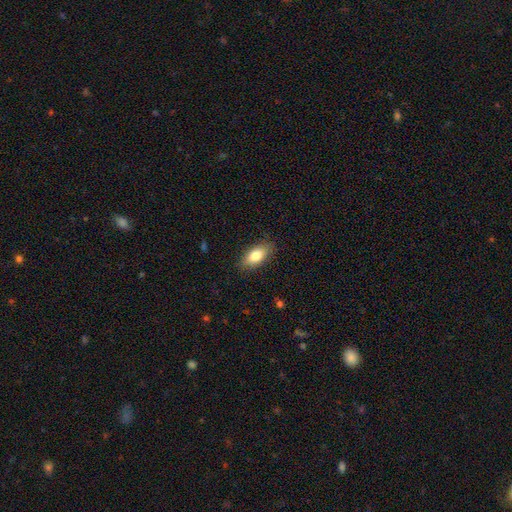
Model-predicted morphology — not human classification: Smooth or featured? smooth (82%)
How rounded? in between (87%)
Merging? none (85%)